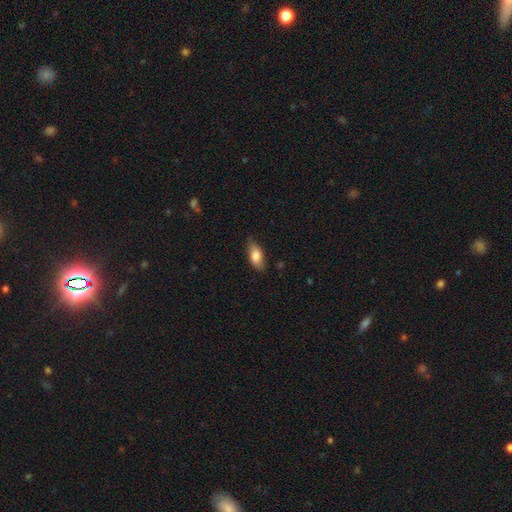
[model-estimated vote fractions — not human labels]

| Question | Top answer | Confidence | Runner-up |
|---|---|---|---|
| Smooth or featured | smooth | 78% | featured or disk (16%) |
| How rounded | in between | 85% | cigar-shaped (12%) |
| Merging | none | 73% | minor disturbance (22%) |